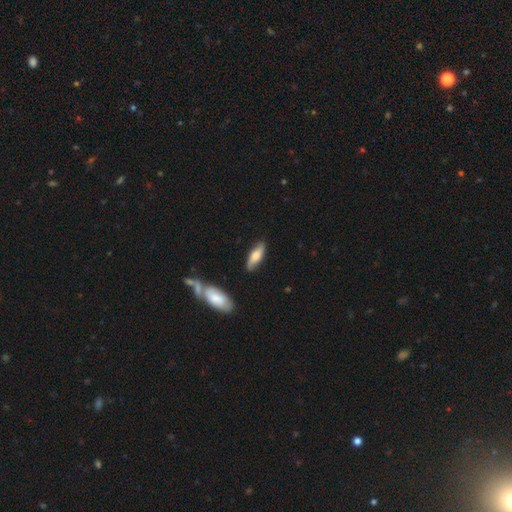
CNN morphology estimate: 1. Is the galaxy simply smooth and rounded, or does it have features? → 61% smooth, 33% featured or disk, 6% star or artifact.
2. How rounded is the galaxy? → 54% in between, 44% cigar-shaped, 2% round.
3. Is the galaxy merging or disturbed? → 81% none, 14% minor disturbance, 3% major disturbance, 2% merger.